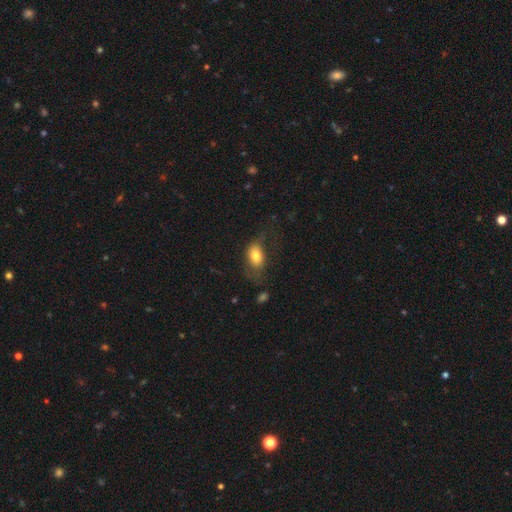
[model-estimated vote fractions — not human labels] smooth_or_featured: smooth (p=0.76) [alt: featured or disk p=0.16]
how_rounded: in between (p=0.87) [alt: round p=0.11]
merging: none (p=0.40) [alt: major disturbance p=0.32]